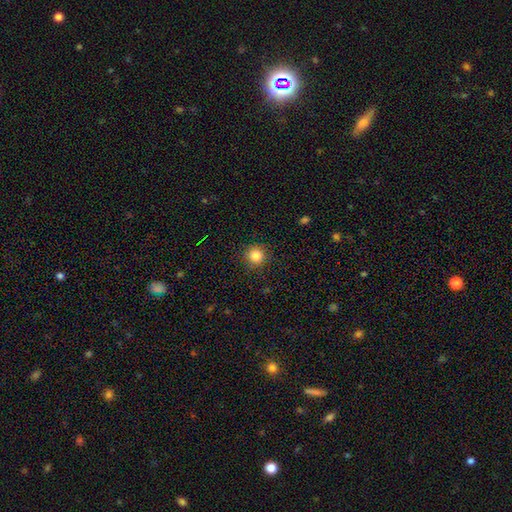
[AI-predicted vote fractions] Morphology: type=smooth (84%); roundness=round (94%); merging=none (90%).